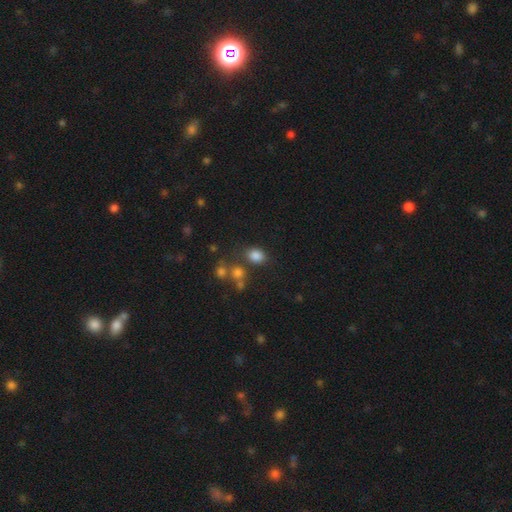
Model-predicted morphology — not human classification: Q: Smooth or featured?
A: smooth (81%); runner-up: star or artifact (13%)
Q: How rounded?
A: in between (61%); runner-up: round (38%)
Q: Merging?
A: none (69%); runner-up: minor disturbance (13%)